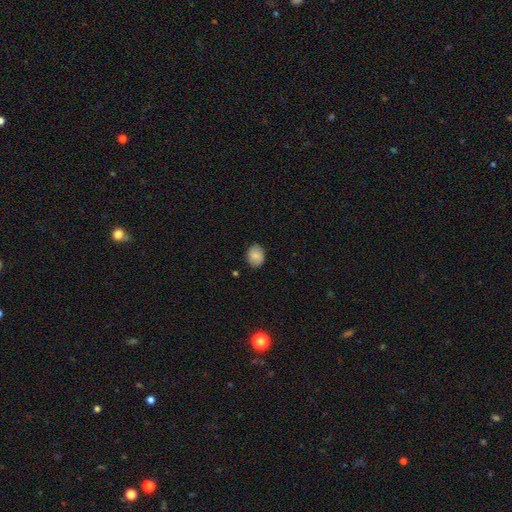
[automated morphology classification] Q: Smooth or featured?
A: smooth (81%); runner-up: featured or disk (11%)
Q: How rounded?
A: round (55%); runner-up: in between (44%)
Q: Merging?
A: none (85%); runner-up: minor disturbance (12%)